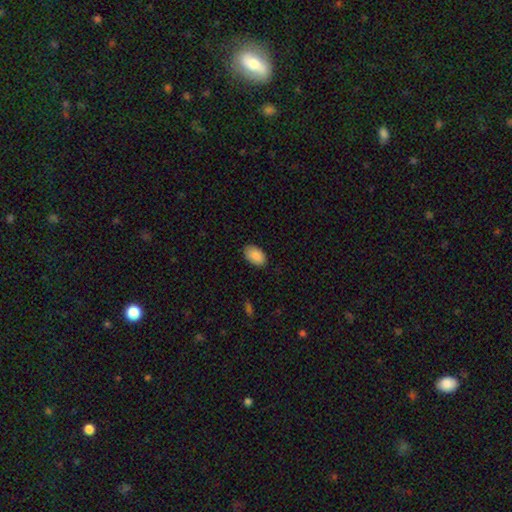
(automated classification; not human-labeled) A smooth galaxy with no disk features (90%) that is in between round and cigar-shaped (92%).

Vote fractions:
- Smooth or featured? smooth: 90% / star or artifact: 7% / featured or disk: 4%
- How rounded? in between: 92% / round: 7% / cigar-shaped: 1%
- Merging? none: 85% / minor disturbance: 12% / major disturbance: 2% / merger: 1%